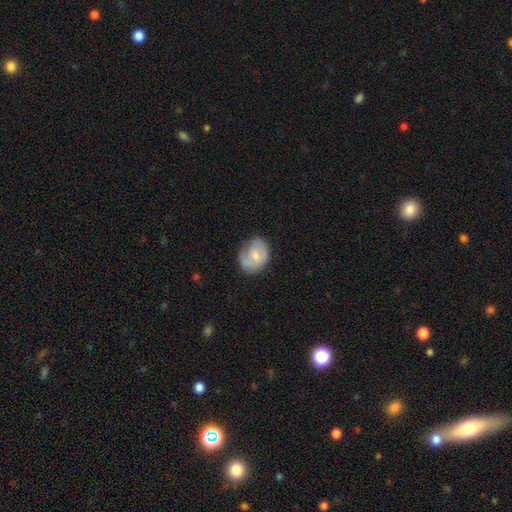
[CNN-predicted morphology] Smooth or featured? smooth (52%)
How rounded? in between (56%)
Merging? none (57%)